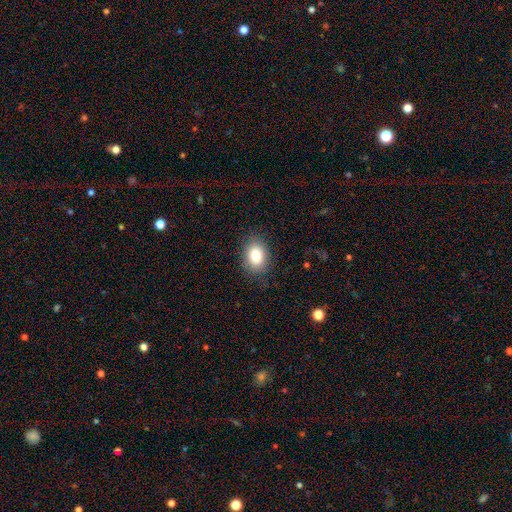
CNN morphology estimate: A smooth galaxy with no disk features (86%) that is in between round and cigar-shaped (79%). Merging: none (84%).